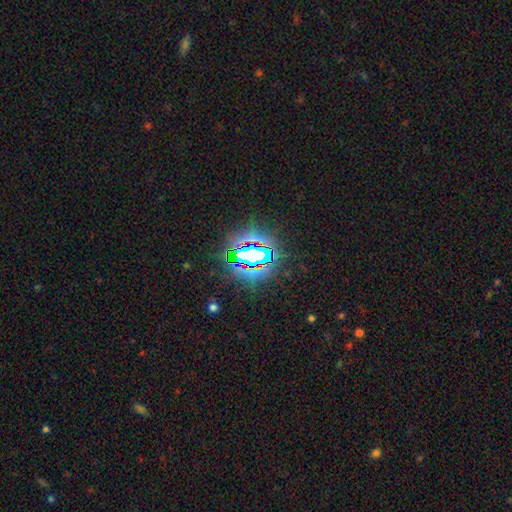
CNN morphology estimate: The model was most divided on "smooth or featured": star or artifact: 82%, smooth: 11%, featured or disk: 8%.